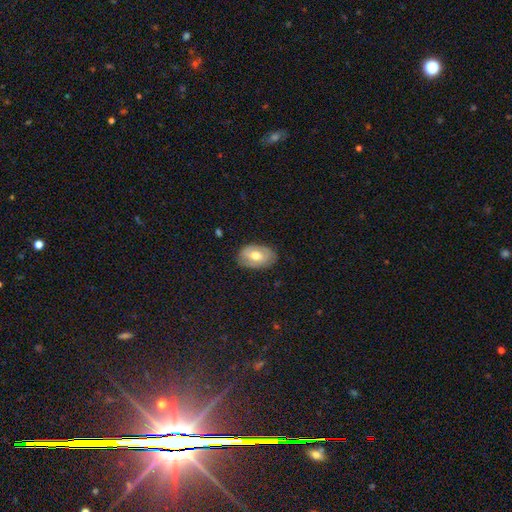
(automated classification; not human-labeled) Overall: smooth (51%; featured or disk 42%). How rounded: in between (88%). Merging: none (79%).